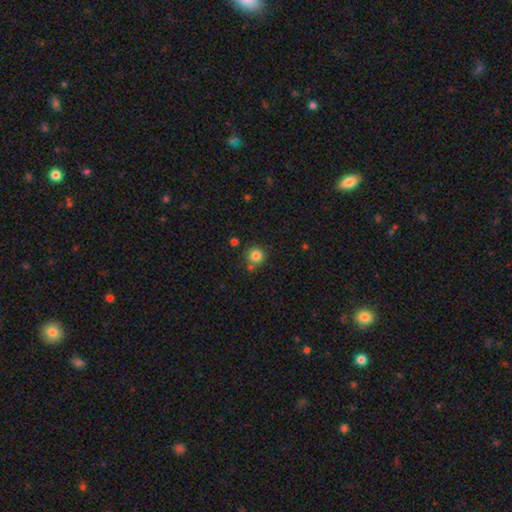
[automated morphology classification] A smooth galaxy with no disk features (83%) that is round (93%). Merging: none (76%).